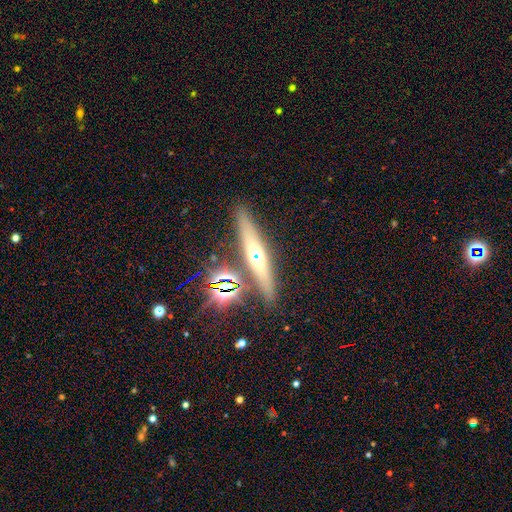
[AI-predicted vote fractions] Q: Smooth or featured?
A: featured or disk (47%); runner-up: smooth (35%)
Q: Merging?
A: none (85%); runner-up: minor disturbance (8%)